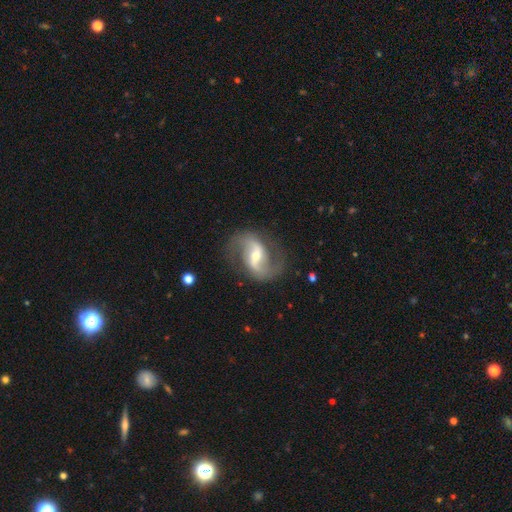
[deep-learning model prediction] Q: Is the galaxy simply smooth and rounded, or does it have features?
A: featured or disk — 89%.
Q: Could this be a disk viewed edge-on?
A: no — 97%.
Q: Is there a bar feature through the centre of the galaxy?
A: weak — 43%.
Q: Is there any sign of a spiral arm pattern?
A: yes — 96%.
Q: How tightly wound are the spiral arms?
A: loose — 60%.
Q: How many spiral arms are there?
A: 2 — 93%.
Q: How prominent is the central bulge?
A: small — 51%.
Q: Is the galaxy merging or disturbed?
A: none — 79%.